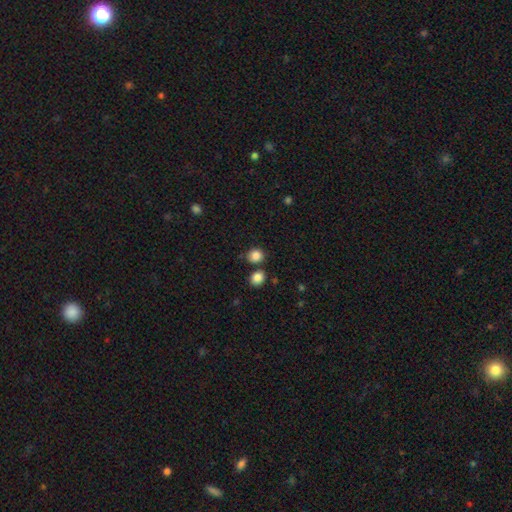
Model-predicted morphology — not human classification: smooth_or_featured: smooth (p=0.85) [alt: star or artifact p=0.11]
how_rounded: round (p=0.78) [alt: in between p=0.21]
merging: none (p=0.73) [alt: merger p=0.14]